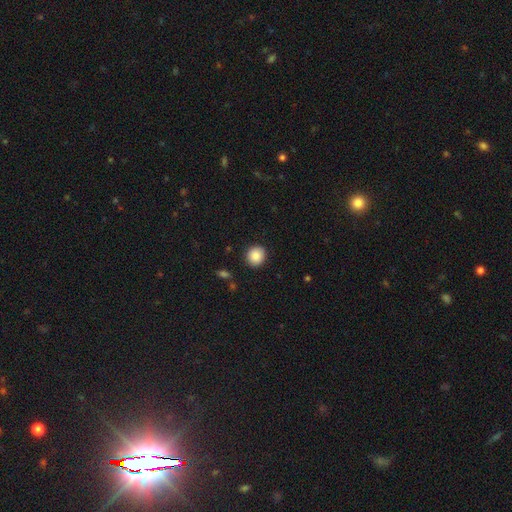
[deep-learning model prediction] Smooth or featured? Predicted: smooth (p=0.88). How rounded? Predicted: round (p=0.86). Merging? Predicted: none (p=0.90).